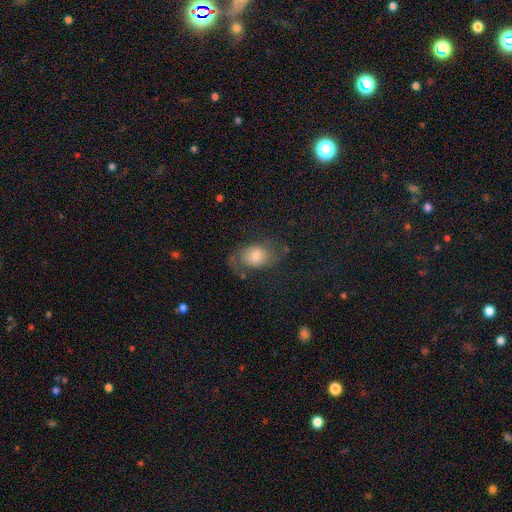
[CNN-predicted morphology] Smooth or featured? Predicted: smooth (p=0.54). How rounded? Predicted: in between (p=0.75). Merging? Predicted: none (p=0.54).